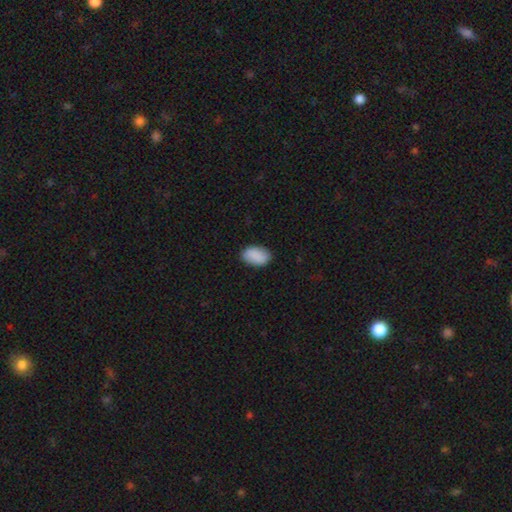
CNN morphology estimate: smooth_or_featured: smooth (p=0.89) [alt: star or artifact p=0.07]
how_rounded: in between (p=0.92) [alt: round p=0.06]
merging: none (p=0.86) [alt: minor disturbance p=0.11]